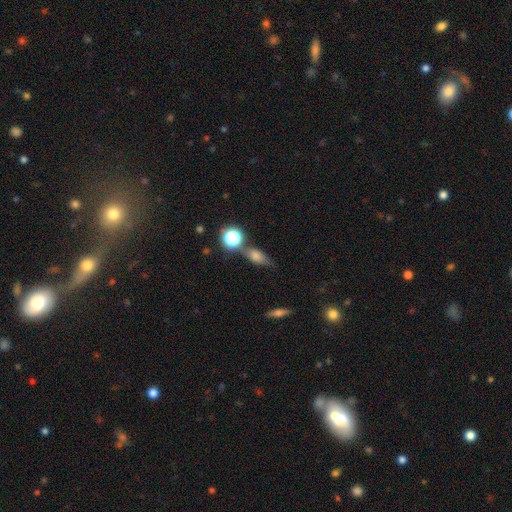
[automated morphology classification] Smooth or featured? Predicted: smooth (p=0.55). How rounded? Predicted: in between (p=0.55). Merging? Predicted: none (p=0.67).